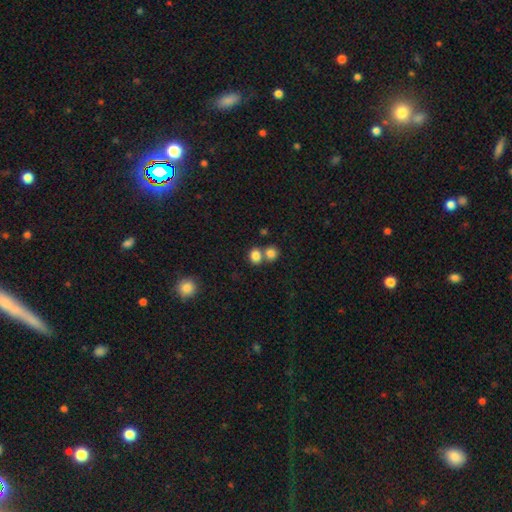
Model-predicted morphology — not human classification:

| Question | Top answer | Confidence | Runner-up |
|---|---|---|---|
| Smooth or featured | smooth | 82% | star or artifact (11%) |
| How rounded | round | 67% | in between (32%) |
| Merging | none | 46% | merger (43%) |